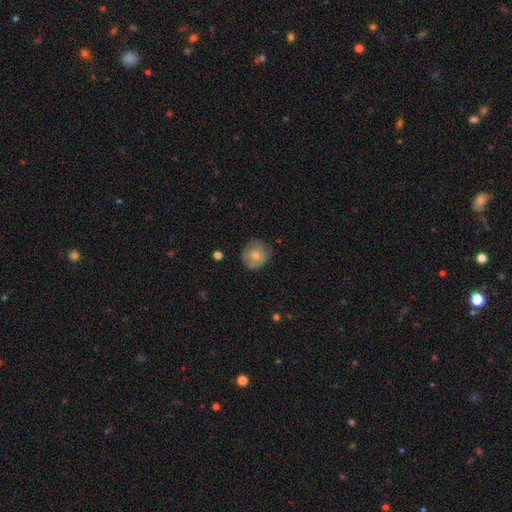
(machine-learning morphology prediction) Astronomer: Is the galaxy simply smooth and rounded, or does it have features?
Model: smooth — 70%.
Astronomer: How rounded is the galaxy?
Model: round — 85%.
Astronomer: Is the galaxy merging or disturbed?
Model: none — 72%.